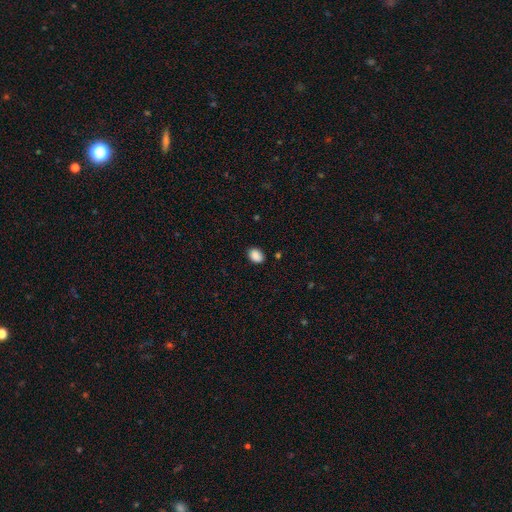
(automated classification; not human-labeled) A smooth galaxy with no disk features (88%) that is in between round and cigar-shaped (70%).

Vote fractions:
- Smooth or featured? smooth: 88% / star or artifact: 8% / featured or disk: 3%
- How rounded? in between: 70% / round: 29% / cigar-shaped: 1%
- Merging? none: 85% / minor disturbance: 11% / major disturbance: 2% / merger: 1%